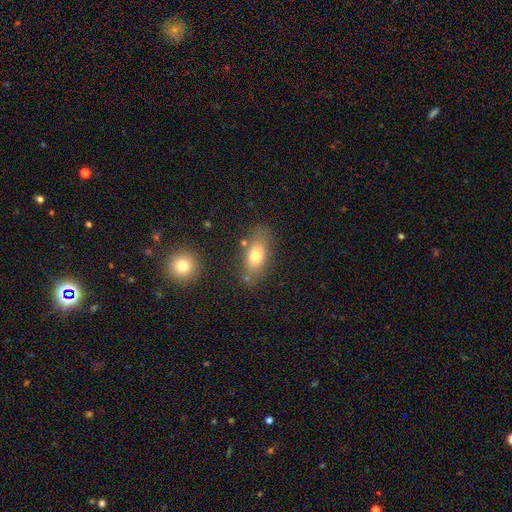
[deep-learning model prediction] Morphology: type=smooth (72%); roundness=in between (82%); merging=none (72%).